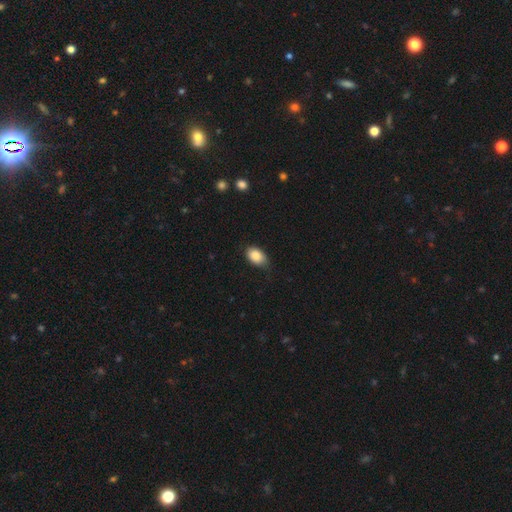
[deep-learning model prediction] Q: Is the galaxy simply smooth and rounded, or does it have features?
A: smooth — 86%.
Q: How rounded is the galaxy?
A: in between — 88%.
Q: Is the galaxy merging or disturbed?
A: none — 69%.